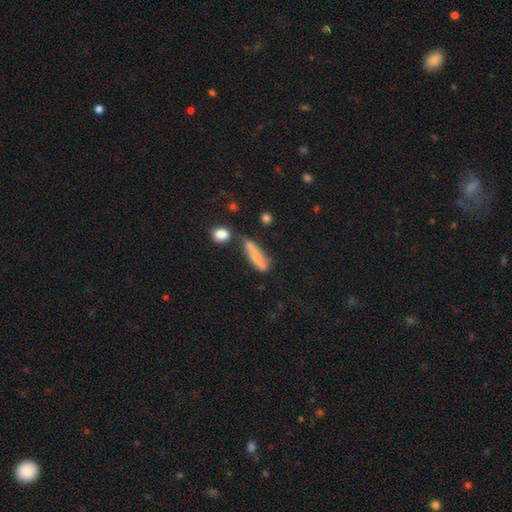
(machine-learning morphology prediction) Overall: smooth (69%). How rounded: cigar-shaped (70%). Merging: none (47%; minor disturbance 27%).